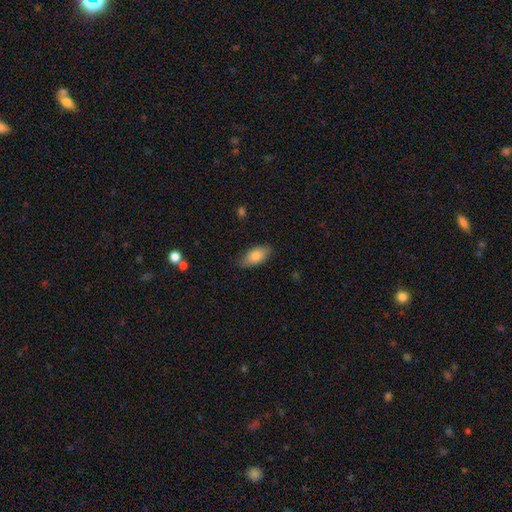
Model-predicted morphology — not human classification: Smooth or featured: smooth — 80% (featured or disk — 13%)
How rounded: in between — 91% (cigar-shaped — 6%)
Merging: none — 79% (minor disturbance — 17%)